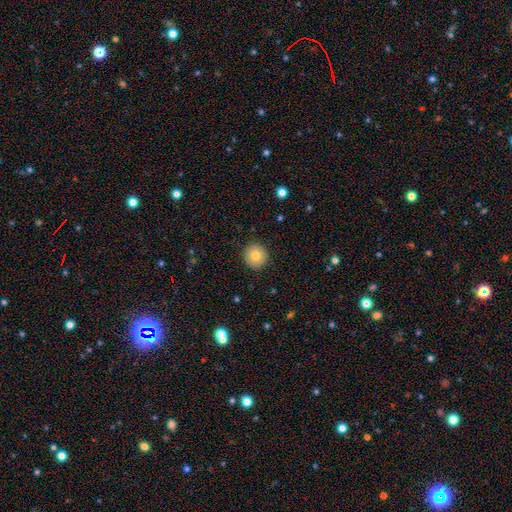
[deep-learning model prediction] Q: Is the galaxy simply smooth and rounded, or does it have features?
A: smooth — 80%.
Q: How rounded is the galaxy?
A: round — 93%.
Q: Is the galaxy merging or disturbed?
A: none — 91%.